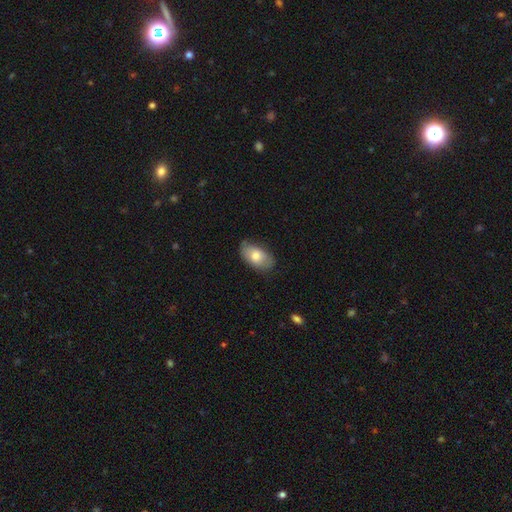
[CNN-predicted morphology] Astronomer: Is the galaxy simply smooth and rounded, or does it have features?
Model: smooth — 74%.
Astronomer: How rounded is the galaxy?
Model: in between — 93%.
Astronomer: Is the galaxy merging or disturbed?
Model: none — 74%.